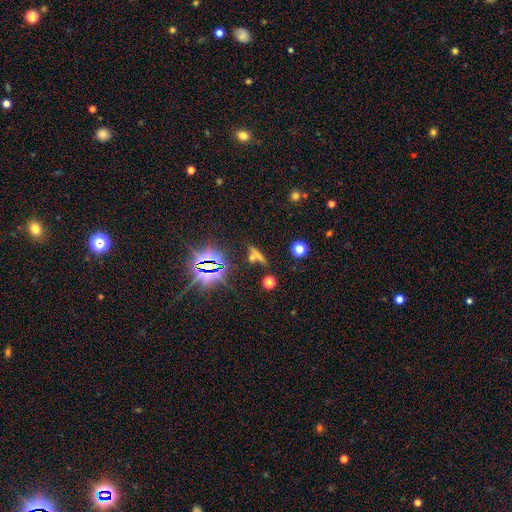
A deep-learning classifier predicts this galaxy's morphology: smooth 47%, star or artifact 33%, featured or disk 20%. Down the decision tree: merging — none (63%).